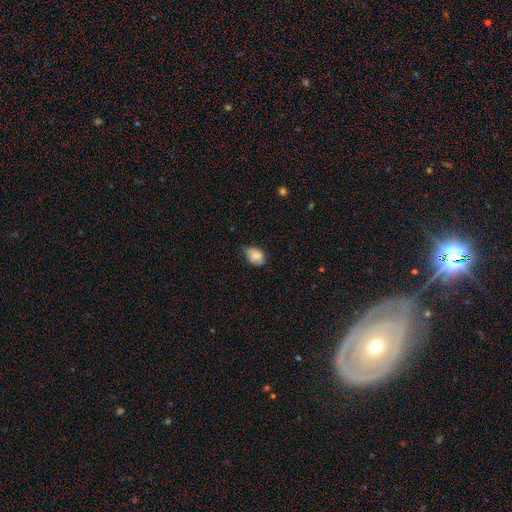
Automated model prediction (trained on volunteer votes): Smooth or featured? Predicted: smooth (p=0.72). How rounded? Predicted: in between (p=0.69). Merging? Predicted: none (p=0.56).